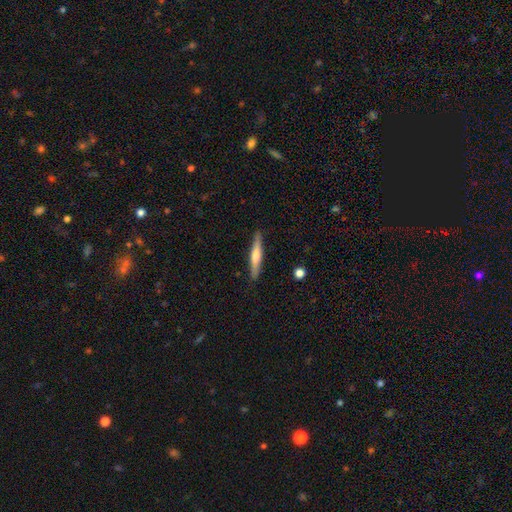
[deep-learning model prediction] Smooth or featured? Predicted: smooth (p=0.47, tied with featured or disk). Merging? Predicted: none (p=0.89).